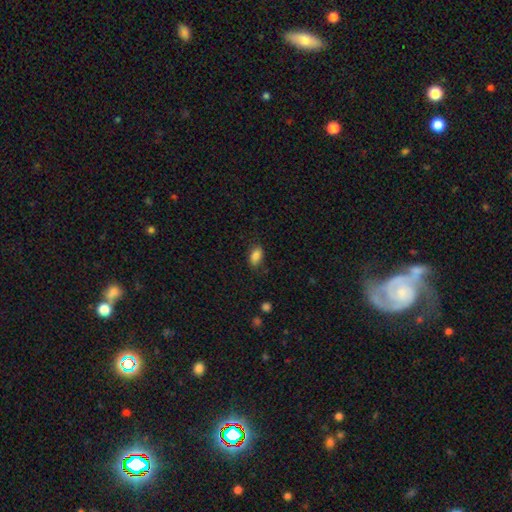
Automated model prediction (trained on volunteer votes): Smooth or featured: smooth — 87% (star or artifact — 9%)
How rounded: in between — 90% (round — 6%)
Merging: none — 80% (minor disturbance — 15%)